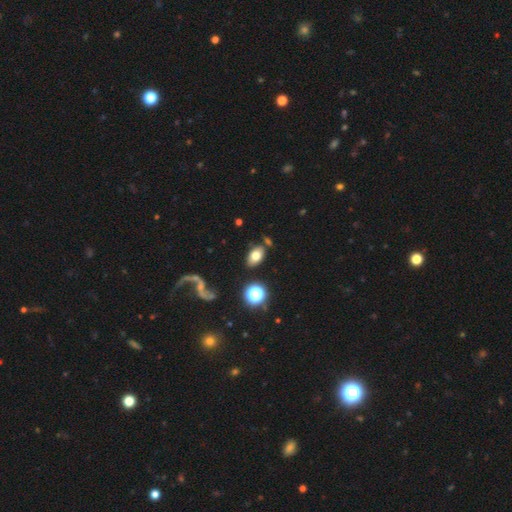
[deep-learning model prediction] This is likely a smooth galaxy (71%). How rounded: clearly in between (87%). Merging: likely none (78%).